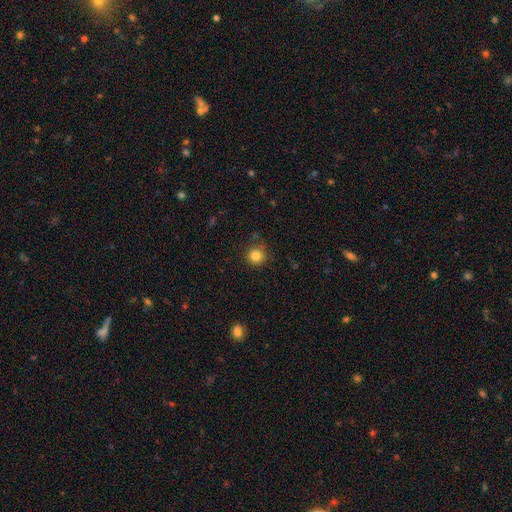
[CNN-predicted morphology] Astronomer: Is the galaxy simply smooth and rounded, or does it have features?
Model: smooth — 83%.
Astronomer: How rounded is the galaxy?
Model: round — 93%.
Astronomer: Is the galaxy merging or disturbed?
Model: none — 83%.